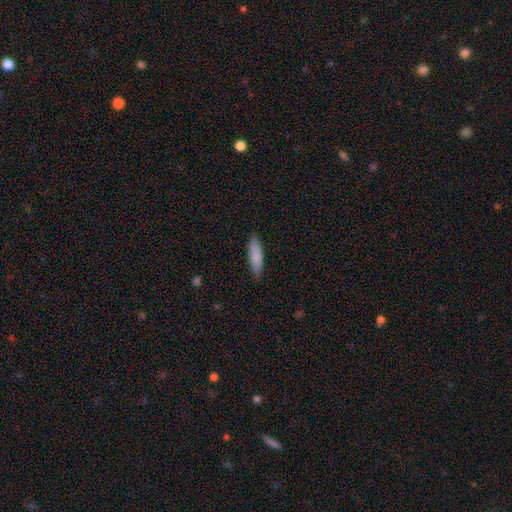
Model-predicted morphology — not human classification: This is clearly a smooth galaxy (83%). How rounded: likely cigar-shaped (72%). Merging: clearly none (87%).